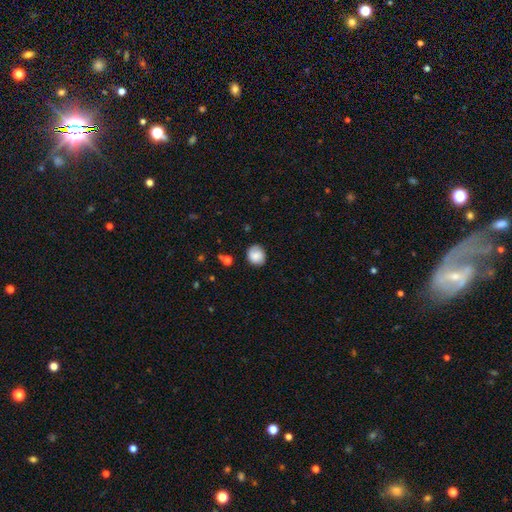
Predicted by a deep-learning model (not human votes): Smooth or featured?
  - smooth: 79% *
  - featured or disk: 12%
  - star or artifact: 9%
How rounded?
  - round: 76% *
  - in between: 24%
  - cigar-shaped: 1%
Merging?
  - none: 79% *
  - minor disturbance: 16%
  - major disturbance: 4%
  - merger: 2%